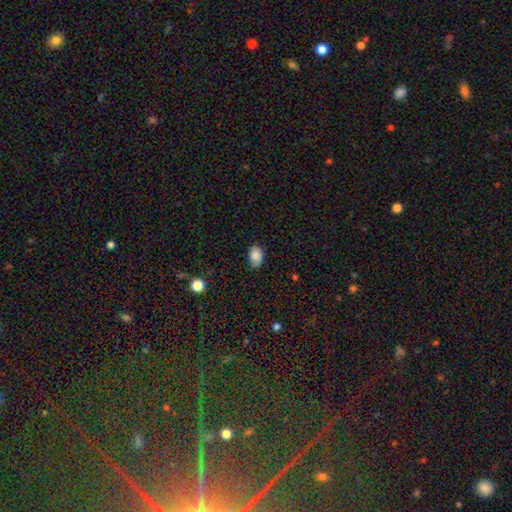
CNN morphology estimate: The model was most divided on "merging": none: 72%, minor disturbance: 23%, major disturbance: 4%, merger: 1%. More confident: smooth or featured — smooth (86%); how rounded — in between (81%).